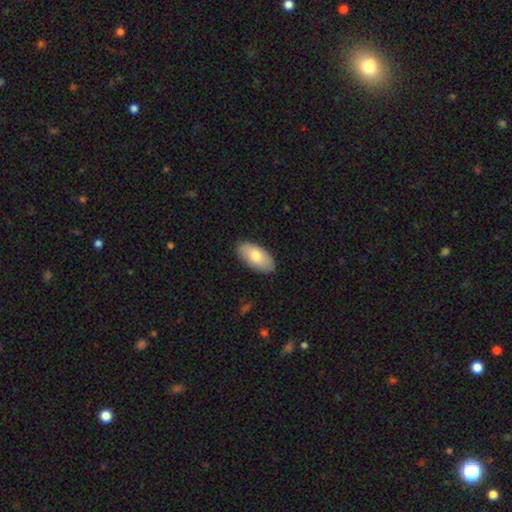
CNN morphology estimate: Smooth or featured?
  - smooth: 78% *
  - featured or disk: 17%
  - star or artifact: 5%
How rounded?
  - in between: 94% *
  - cigar-shaped: 4%
  - round: 2%
Merging?
  - none: 88% *
  - minor disturbance: 9%
  - major disturbance: 2%
  - merger: 1%